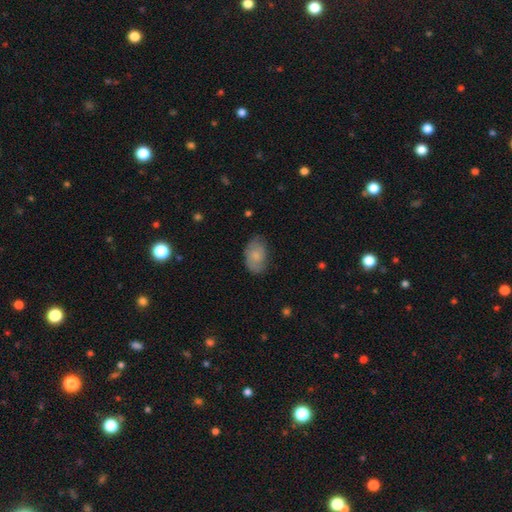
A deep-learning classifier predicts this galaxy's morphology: Smooth or featured? smooth (68%)
How rounded? in between (88%)
Merging? none (70%)